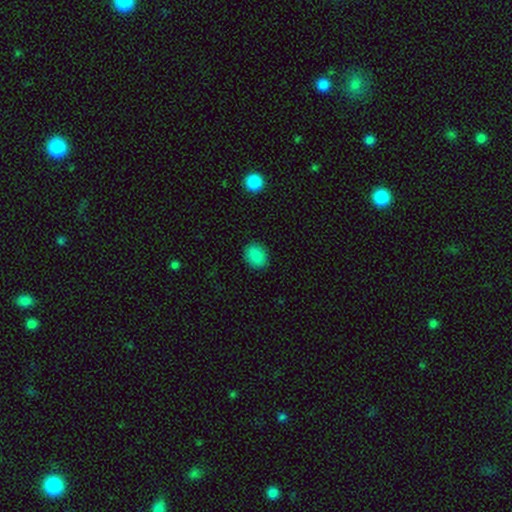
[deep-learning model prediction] This appears to be a smooth galaxy with no disk features (88%) that is round (59%). Merging: none (89%).